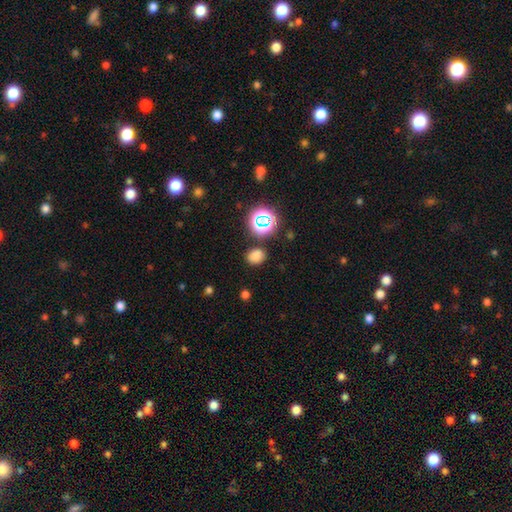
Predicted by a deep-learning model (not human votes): A smooth galaxy with no disk features (75%) that is round (55%). Merging: none (83%).